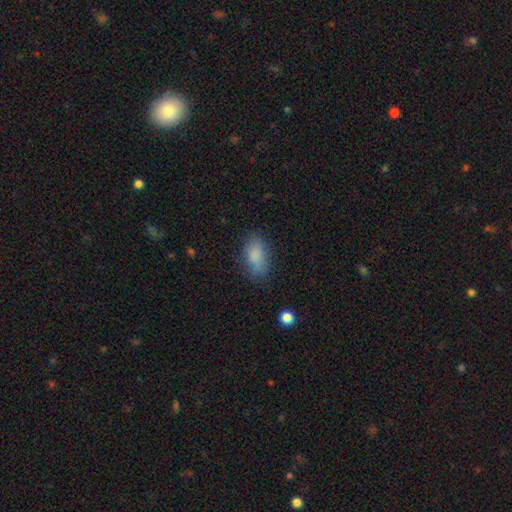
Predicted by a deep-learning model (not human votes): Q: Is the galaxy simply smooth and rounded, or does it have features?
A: smooth — 85%.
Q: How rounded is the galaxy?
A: in between — 90%.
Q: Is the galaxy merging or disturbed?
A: none — 75%.